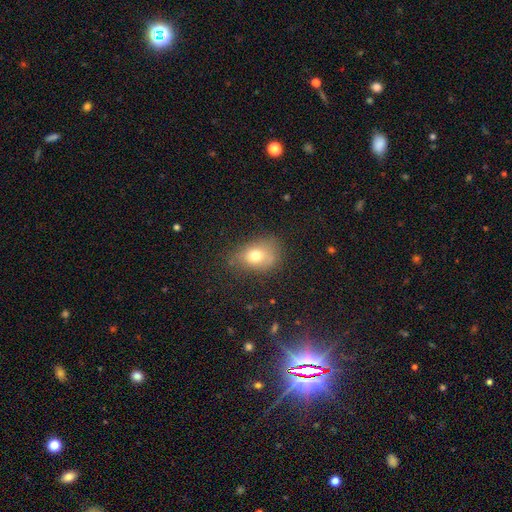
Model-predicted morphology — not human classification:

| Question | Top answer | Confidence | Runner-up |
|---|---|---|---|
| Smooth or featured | smooth | 72% | featured or disk (16%) |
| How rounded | in between | 66% | round (33%) |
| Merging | none | 59% | minor disturbance (27%) |